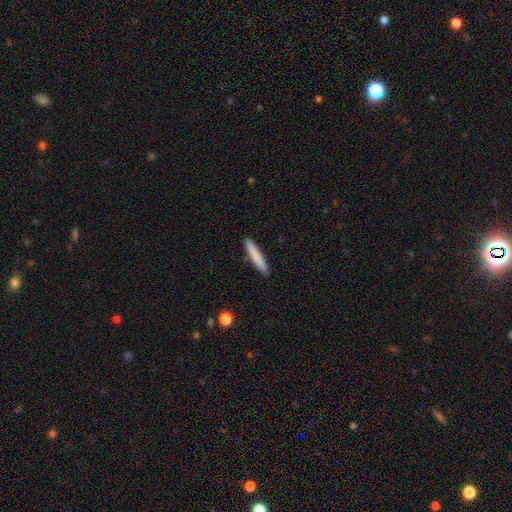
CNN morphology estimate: smooth 81%, featured or disk 14%, star or artifact 6%. Down the decision tree: how rounded — cigar-shaped (93%); merging — none (90%).